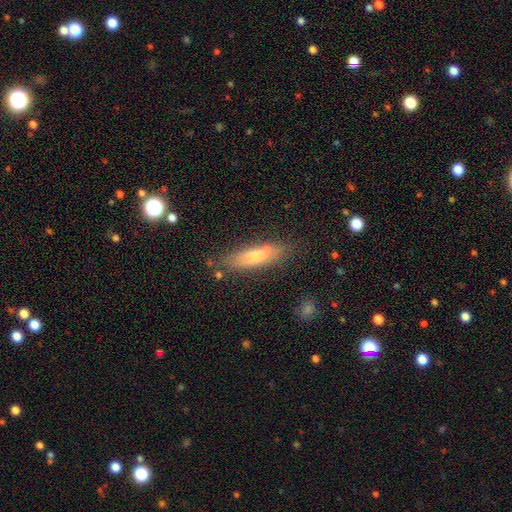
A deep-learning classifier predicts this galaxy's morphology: Overall: smooth (64%; featured or disk 28%). How rounded: cigar-shaped (68%; in between 30%). Merging: none (76%).